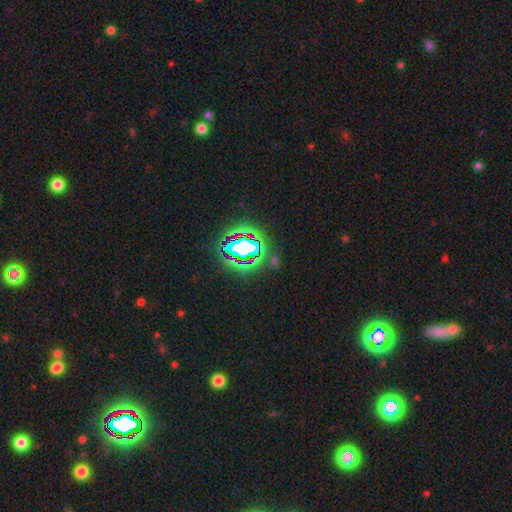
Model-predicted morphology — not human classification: smooth-or-featured: star or artifact: 79% | smooth: 12% | featured or disk: 8%